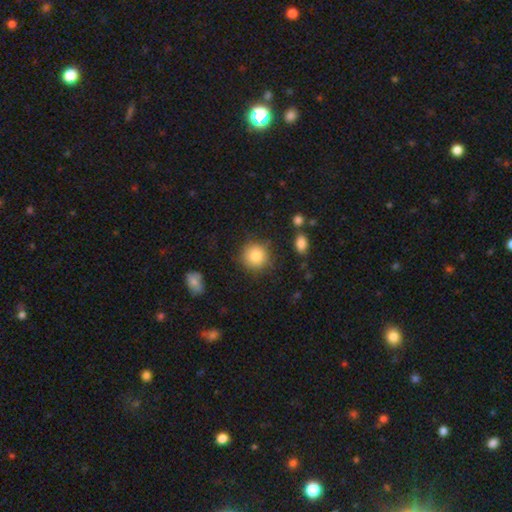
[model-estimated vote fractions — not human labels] This appears to be a smooth galaxy with no disk features (82%) that is round (92%). Merging: none (84%).